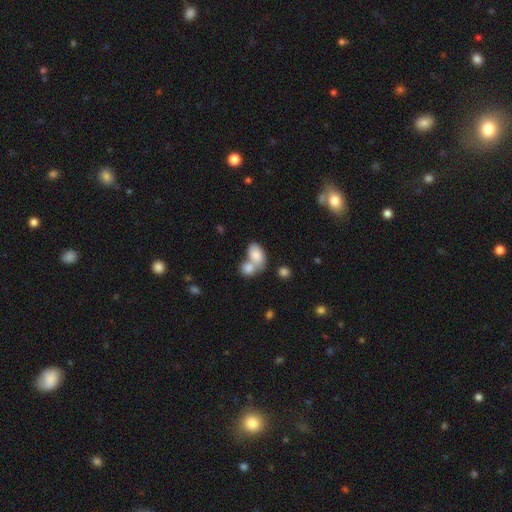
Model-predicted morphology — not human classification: smooth_or_featured: smooth (p=0.81) [alt: featured or disk p=0.12]
how_rounded: in between (p=0.87) [alt: round p=0.11]
merging: merger (p=0.61) [alt: none p=0.26]